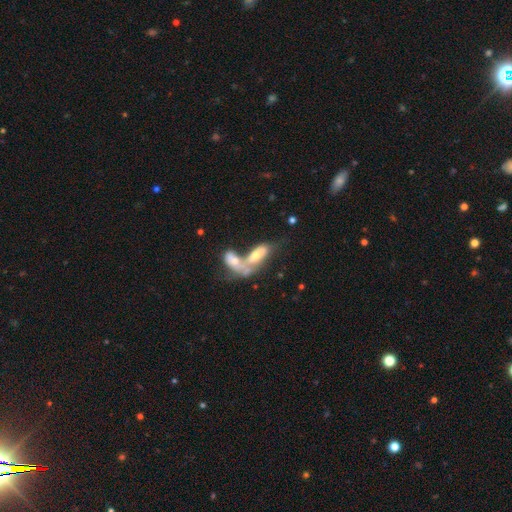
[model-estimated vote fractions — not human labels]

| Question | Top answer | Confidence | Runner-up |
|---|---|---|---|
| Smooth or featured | smooth | 49% | featured or disk (43%) |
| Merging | merger | 74% | none (13%) |